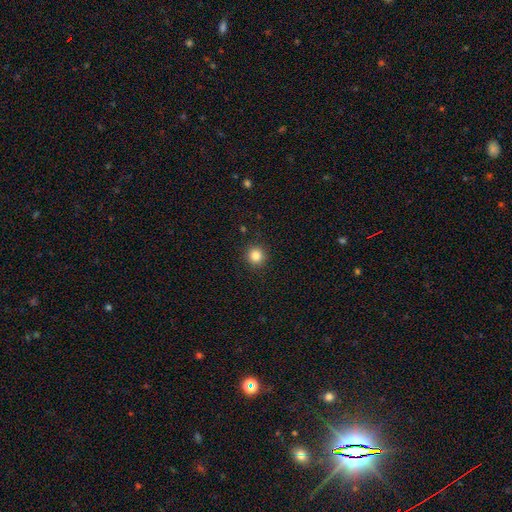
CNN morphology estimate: This appears to be a smooth galaxy with no disk features (84%) that is round (93%). Merging: none (91%).